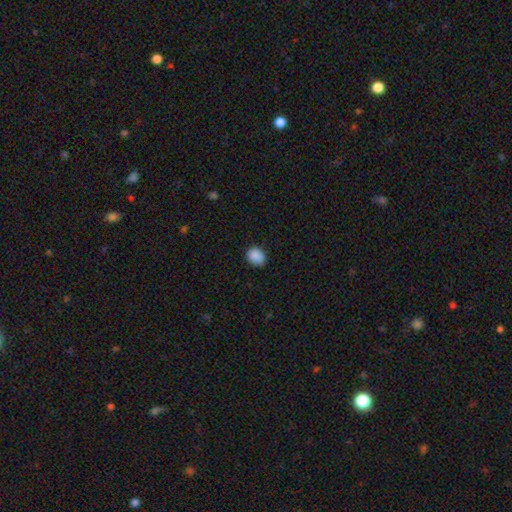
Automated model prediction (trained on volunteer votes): smooth 89%, star or artifact 9%, featured or disk 3%. Down the decision tree: how rounded — round (58%); merging — none (84%).